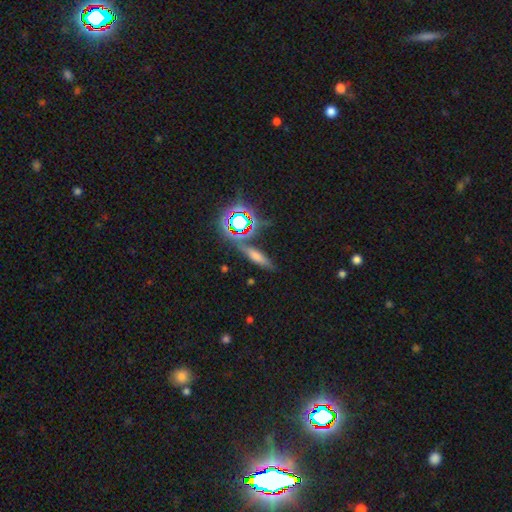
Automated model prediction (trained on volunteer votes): A smooth galaxy with no disk features (47%).

Vote fractions:
- Smooth or featured? smooth: 47% / star or artifact: 27% / featured or disk: 26%
- Merging? none: 80% / minor disturbance: 11% / merger: 6% / major disturbance: 4%